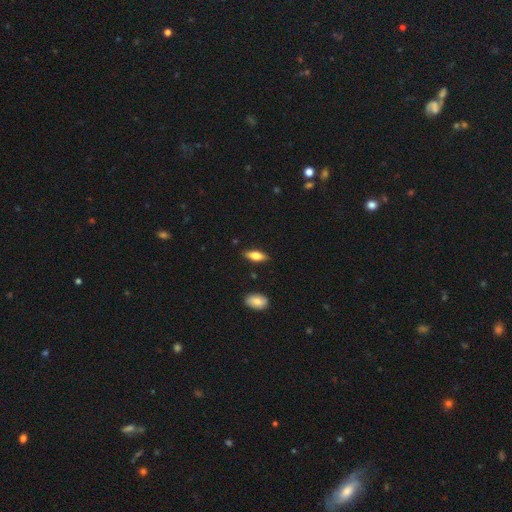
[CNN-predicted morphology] The model was most divided on "how rounded": in between: 71%, cigar-shaped: 27%, round: 3%. More confident: merging — none (86%); smooth or featured — smooth (71%).